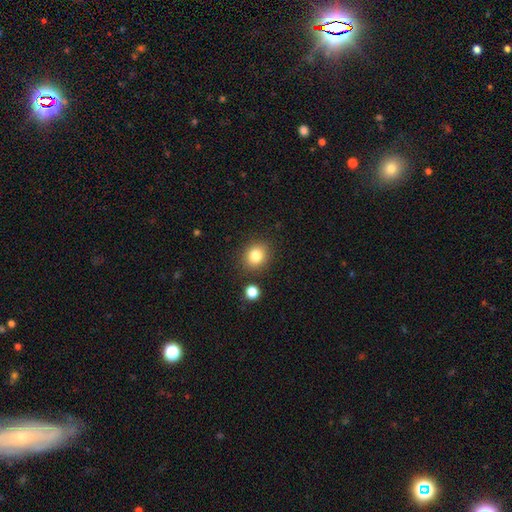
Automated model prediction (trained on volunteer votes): Smooth or featured?
  - smooth: 82% *
  - star or artifact: 11%
  - featured or disk: 7%
How rounded?
  - round: 74% *
  - in between: 25%
  - cigar-shaped: 1%
Merging?
  - none: 84% *
  - minor disturbance: 9%
  - merger: 4%
  - major disturbance: 3%